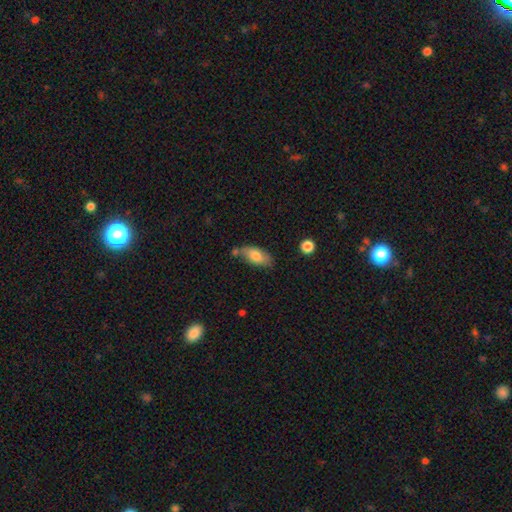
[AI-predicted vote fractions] Smooth or featured? smooth (75%)
How rounded? in between (88%)
Merging? none (56%)